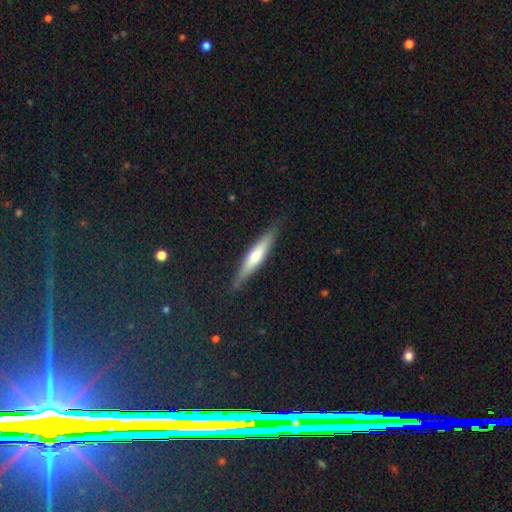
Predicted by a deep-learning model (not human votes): featured or disk 48%, smooth 46%, star or artifact 6%. Down the decision tree: merging — none (86%).